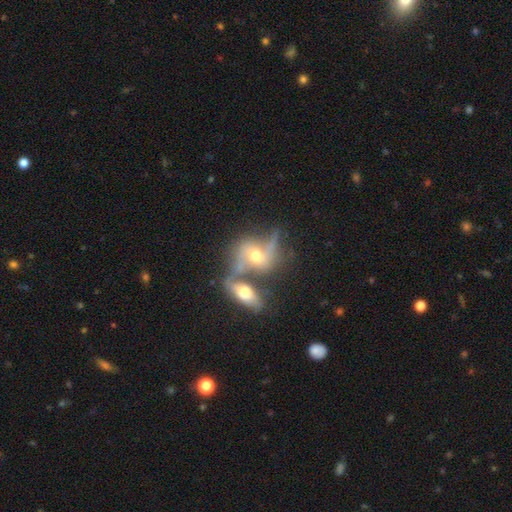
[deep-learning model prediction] The model was most divided on "merging": merger: 53%, none: 27%, minor disturbance: 12%, major disturbance: 9%. More confident: edge-on disk — no (88%); spiral arms — yes (78%); bulge size — moderate (69%); smooth or featured — featured or disk (63%); bar — no (59%).